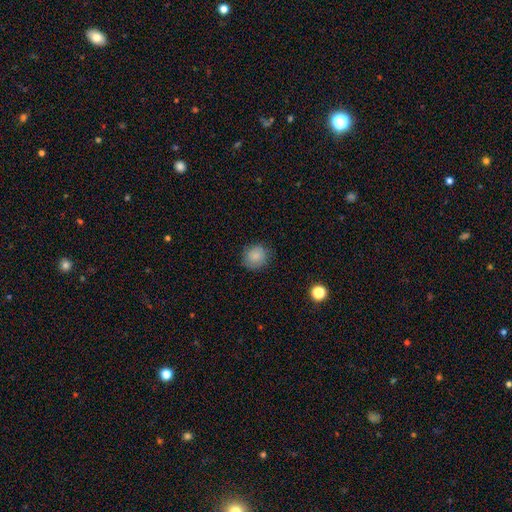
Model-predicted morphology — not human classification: Overall: smooth (86%). How rounded: round (88%). Merging: none (85%).